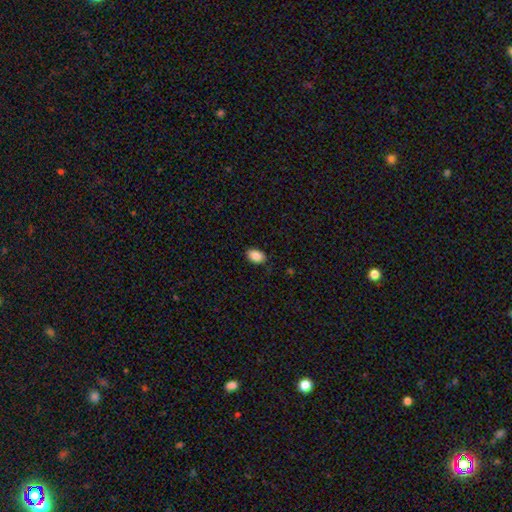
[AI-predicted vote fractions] Q: Smooth or featured?
A: smooth (88%); runner-up: star or artifact (8%)
Q: How rounded?
A: in between (87%); runner-up: round (12%)
Q: Merging?
A: none (87%); runner-up: minor disturbance (10%)